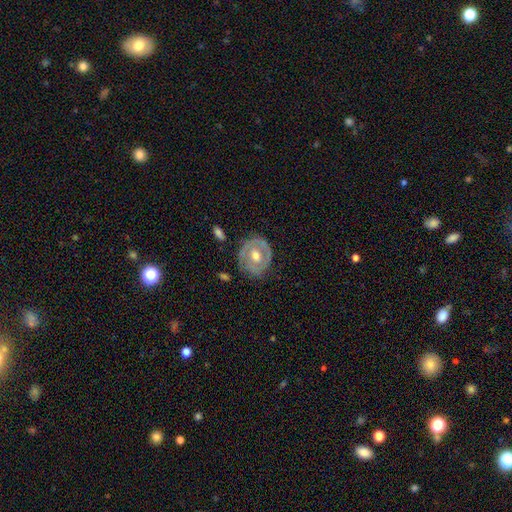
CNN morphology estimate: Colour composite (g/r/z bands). It shows a featured or disk galaxy (69%) with no bar (62%), spiral arms (53%) and a moderate central bulge (78%). Merging: none (75%).